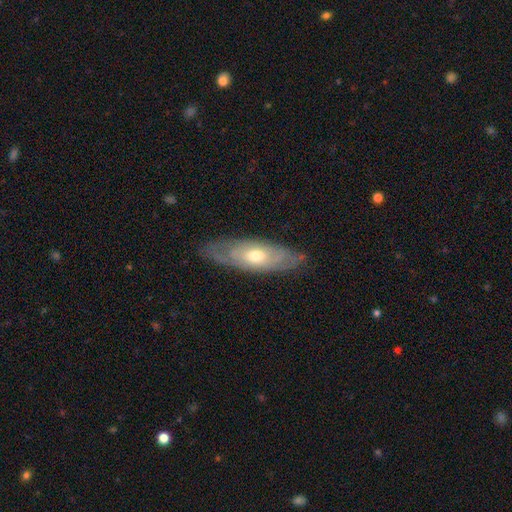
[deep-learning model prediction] The model was most divided on "smooth or featured": featured or disk: 64%, smooth: 31%, star or artifact: 6%. More confident: merging — none (77%); edge-on disk — no (71%).